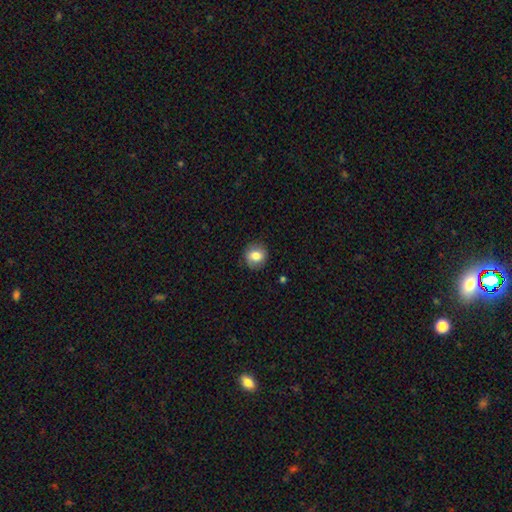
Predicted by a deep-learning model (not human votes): Overall: smooth (80%). How rounded: round (83%). Merging: none (86%).